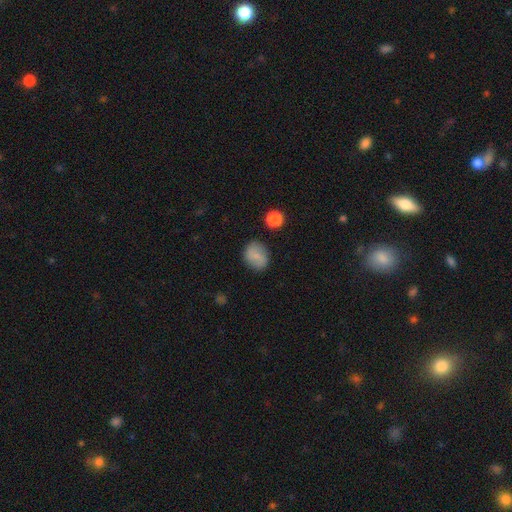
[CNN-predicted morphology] smooth-or-featured: smooth: 75% | featured or disk: 16% | star or artifact: 9%
  how-rounded: round: 52% | in between: 46% | cigar-shaped: 1%
  merging: none: 82% | minor disturbance: 12% | major disturbance: 3% | merger: 2%